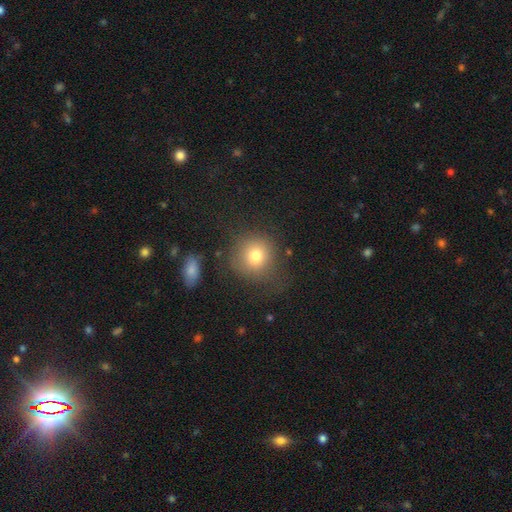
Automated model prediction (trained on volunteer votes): smooth-or-featured: smooth: 77% | featured or disk: 11% | star or artifact: 11%
  how-rounded: round: 87% | in between: 12% | cigar-shaped: 1%
  merging: none: 70% | minor disturbance: 17% | major disturbance: 10% | merger: 3%